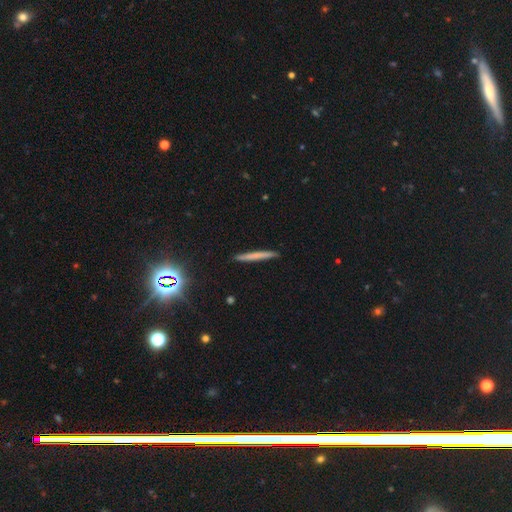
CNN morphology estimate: Overall: smooth (61%; featured or disk 29%). How rounded: cigar-shaped (96%). Merging: none (90%).